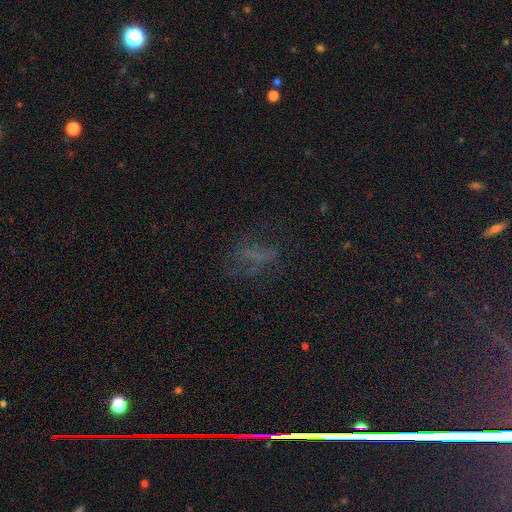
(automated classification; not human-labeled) The model was most divided on "smooth or featured" (2-way tie): star or artifact: 34%, featured or disk: 34%, smooth: 32%.